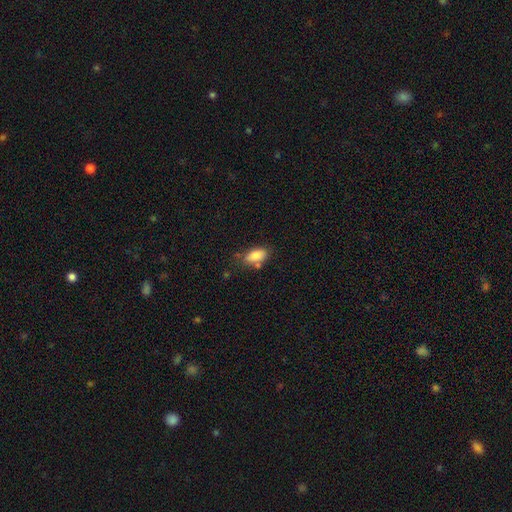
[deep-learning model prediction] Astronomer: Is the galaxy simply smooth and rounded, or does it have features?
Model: smooth — 82%.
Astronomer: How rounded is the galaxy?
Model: in between — 90%.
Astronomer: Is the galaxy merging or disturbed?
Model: none — 66%.